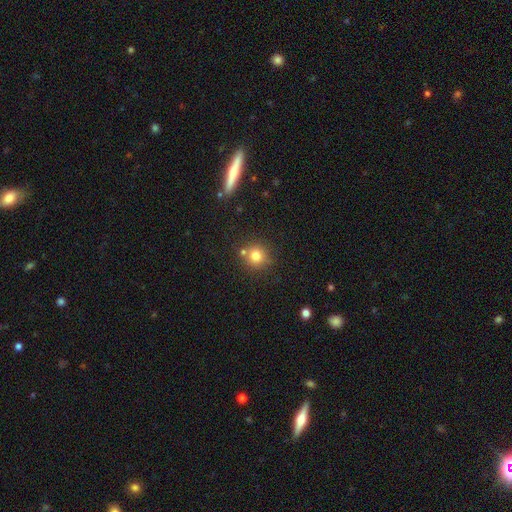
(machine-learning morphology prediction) smooth_or_featured: smooth (p=0.79) [alt: star or artifact p=0.13]
how_rounded: round (p=0.92) [alt: in between p=0.07]
merging: none (p=0.73) [alt: merger p=0.13]